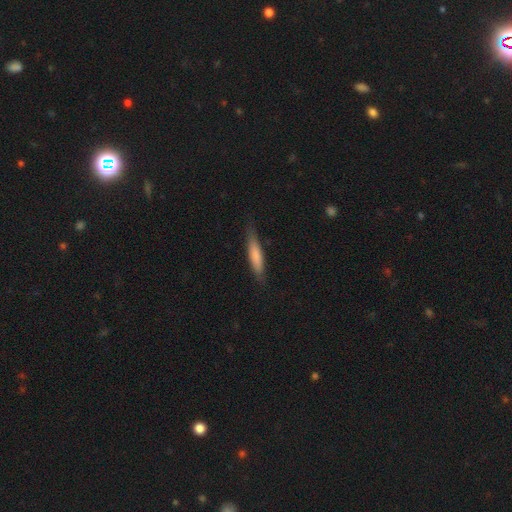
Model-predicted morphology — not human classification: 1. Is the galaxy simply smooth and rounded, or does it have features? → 74% smooth, 20% featured or disk, 5% star or artifact.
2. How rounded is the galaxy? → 85% cigar-shaped, 14% in between, 1% round.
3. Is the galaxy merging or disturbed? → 81% none, 15% minor disturbance, 3% major disturbance, 1% merger.